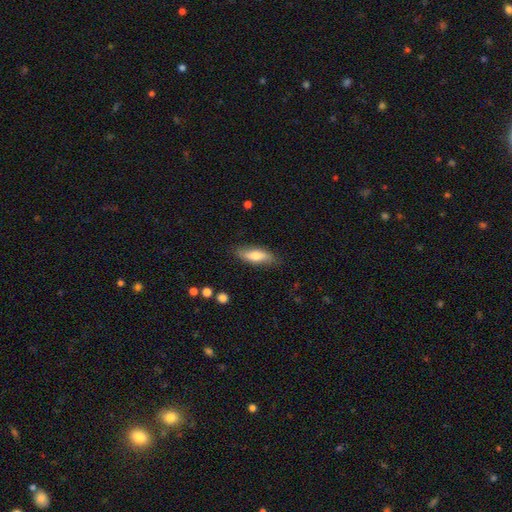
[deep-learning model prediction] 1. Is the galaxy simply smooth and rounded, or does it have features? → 67% smooth, 27% featured or disk, 6% star or artifact.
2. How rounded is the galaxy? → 63% in between, 34% cigar-shaped, 3% round.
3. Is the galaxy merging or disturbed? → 81% none, 15% minor disturbance, 3% major disturbance, 1% merger.